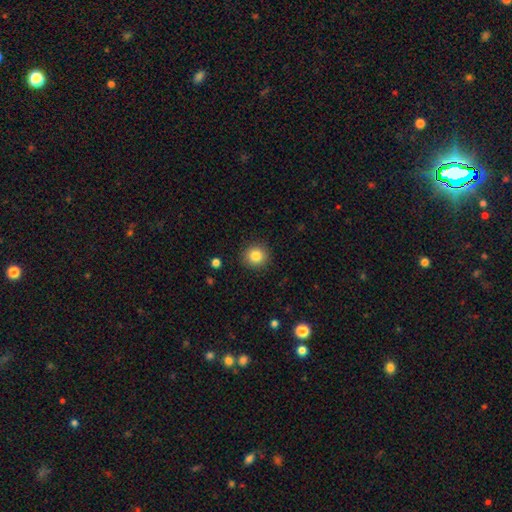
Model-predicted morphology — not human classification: smooth-or-featured: smooth: 84% | star or artifact: 10% | featured or disk: 6%
  how-rounded: round: 92% | in between: 7% | cigar-shaped: 1%
  merging: none: 91% | minor disturbance: 6% | major disturbance: 2% | merger: 1%